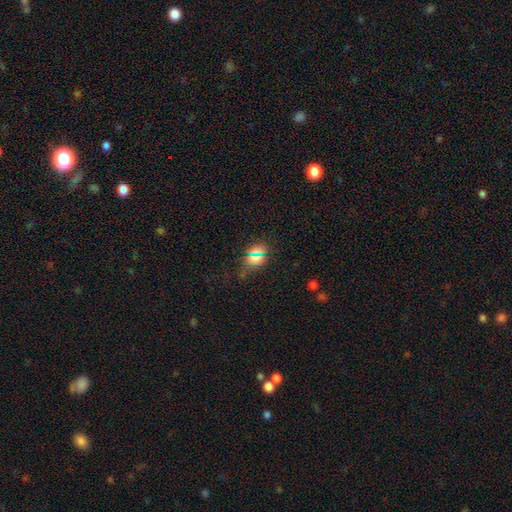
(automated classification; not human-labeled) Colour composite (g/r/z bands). It shows a smooth galaxy with no disk features (61%) that is in between round and cigar-shaped (55%). Merging: none (77%).